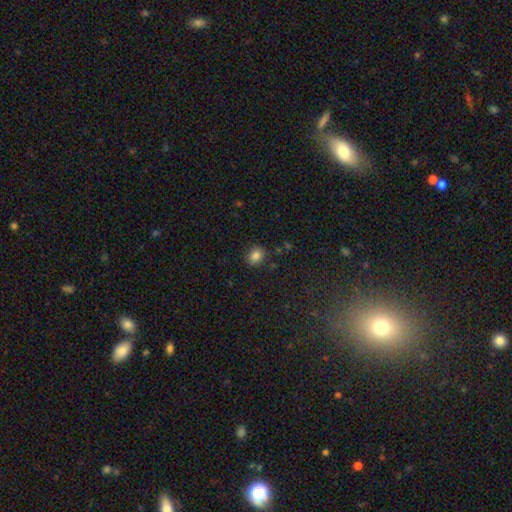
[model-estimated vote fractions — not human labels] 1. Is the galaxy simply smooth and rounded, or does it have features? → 83% smooth, 11% star or artifact, 5% featured or disk.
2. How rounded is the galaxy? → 54% round, 45% in between, 1% cigar-shaped.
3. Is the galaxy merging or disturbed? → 85% none, 10% minor disturbance, 3% major disturbance, 2% merger.